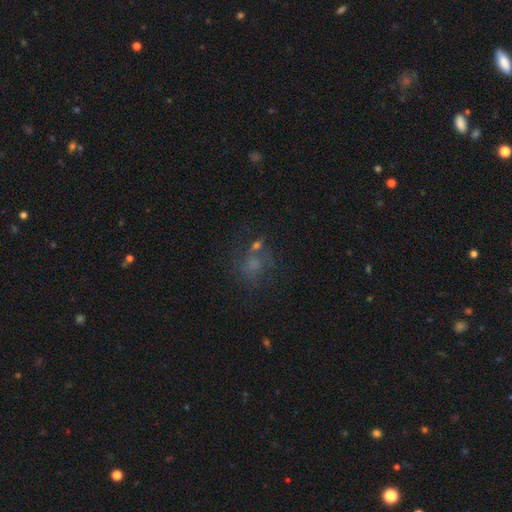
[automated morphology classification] Smooth or featured? Predicted: smooth (p=0.40). Merging? Predicted: none (p=0.56).